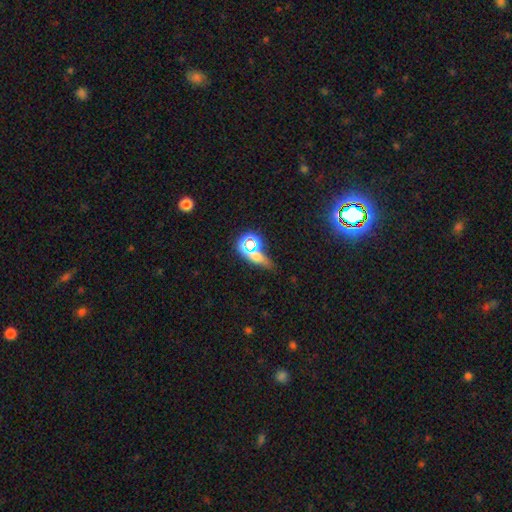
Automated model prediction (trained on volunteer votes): smooth_or_featured: smooth (p=0.45) [alt: star or artifact p=0.41]
merging: none (p=0.60) [alt: minor disturbance p=0.17]